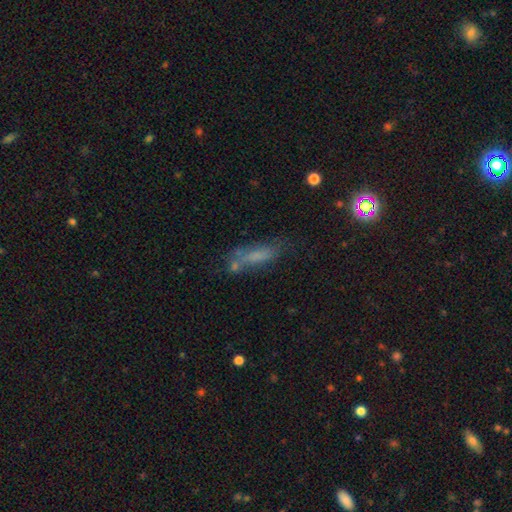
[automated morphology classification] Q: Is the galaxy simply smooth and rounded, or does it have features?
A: smooth — 58%.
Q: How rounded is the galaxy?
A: cigar-shaped — 56%.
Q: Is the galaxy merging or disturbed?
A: none — 52%.